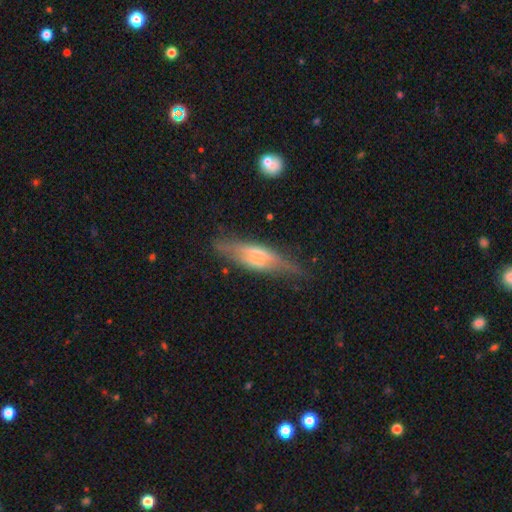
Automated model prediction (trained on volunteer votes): The model was most divided on "edge-on bulge": rounded: 53%, boxy: 31%, none: 16%. More confident: edge-on disk — yes (90%); merging — none (74%); smooth or featured — featured or disk (68%).